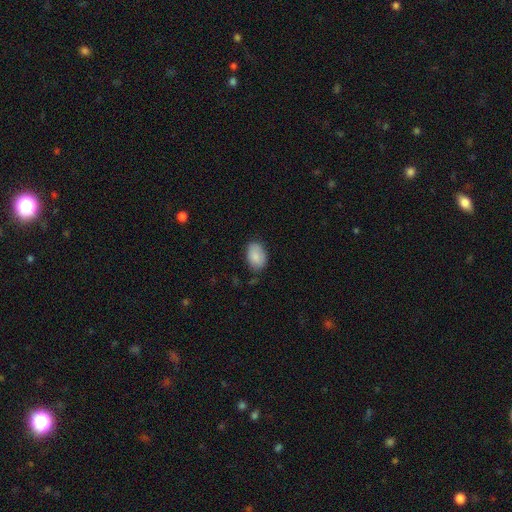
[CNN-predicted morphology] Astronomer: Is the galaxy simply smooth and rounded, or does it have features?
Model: smooth — 88%.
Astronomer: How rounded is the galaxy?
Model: in between — 88%.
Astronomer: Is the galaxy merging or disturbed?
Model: none — 78%.